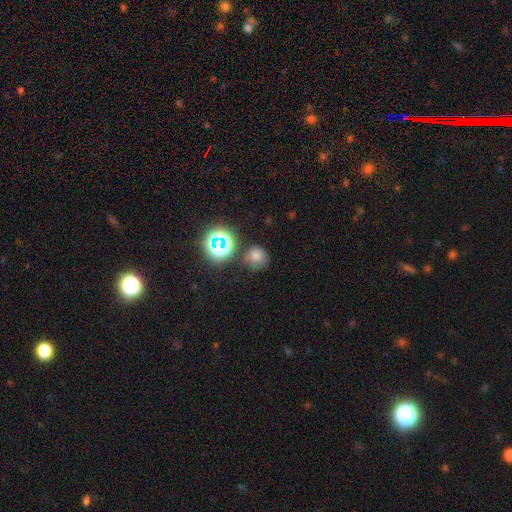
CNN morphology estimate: Smooth or featured: smooth — 60% (star or artifact — 31%)
How rounded: round — 89% (in between — 10%)
Merging: none — 76% (minor disturbance — 13%)